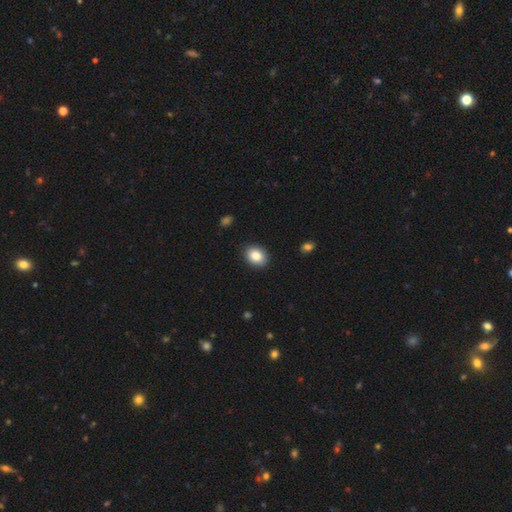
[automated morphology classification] type=smooth (86%); roundness=in between (59%); merging=none (89%).